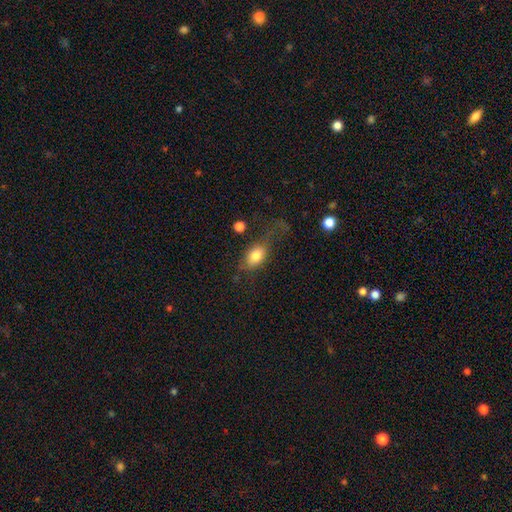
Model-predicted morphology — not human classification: Q: Smooth or featured?
A: smooth (78%); runner-up: featured or disk (14%)
Q: How rounded?
A: in between (81%); runner-up: round (16%)
Q: Merging?
A: none (42%); runner-up: major disturbance (31%)